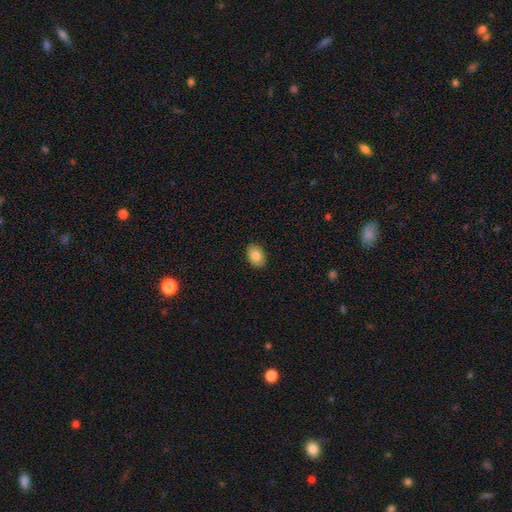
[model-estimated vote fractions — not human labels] Smooth or featured? smooth (83%)
How rounded? in between (83%)
Merging? none (90%)